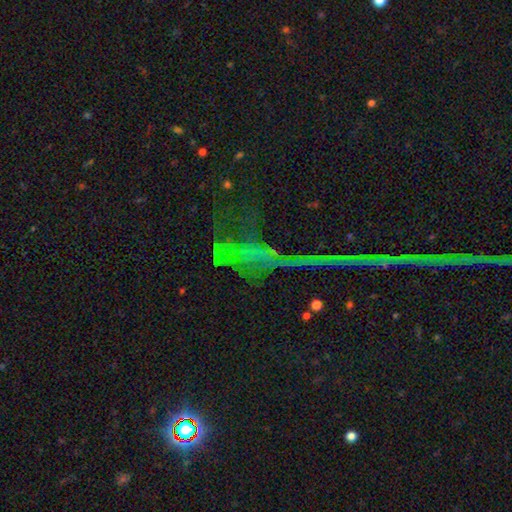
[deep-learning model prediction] Morphology: type=star or artifact (71%).